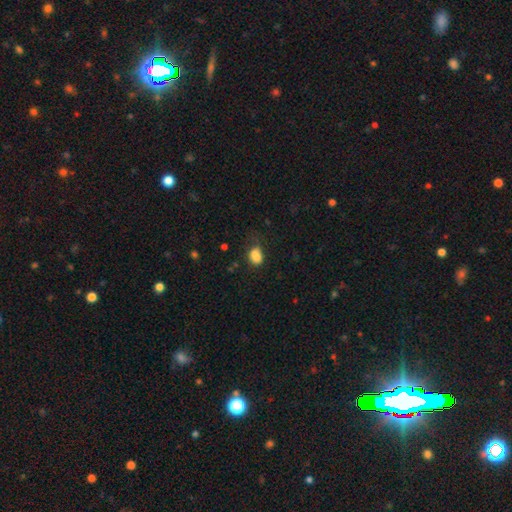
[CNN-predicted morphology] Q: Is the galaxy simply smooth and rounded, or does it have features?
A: smooth — 84%.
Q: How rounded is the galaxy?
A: in between — 74%.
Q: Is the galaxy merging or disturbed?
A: none — 47%.